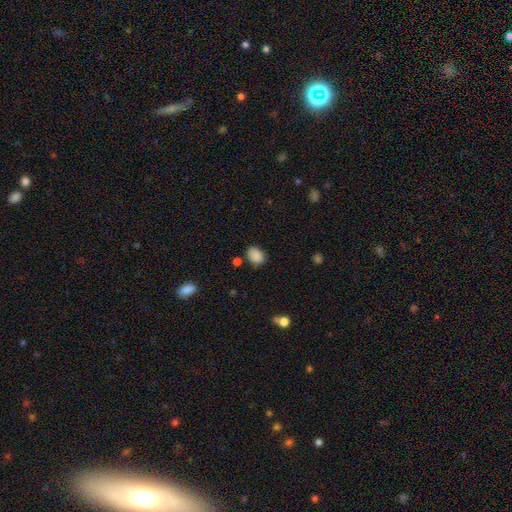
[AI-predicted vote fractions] Smooth or featured? smooth (87%)
How rounded? in between (63%)
Merging? none (75%)